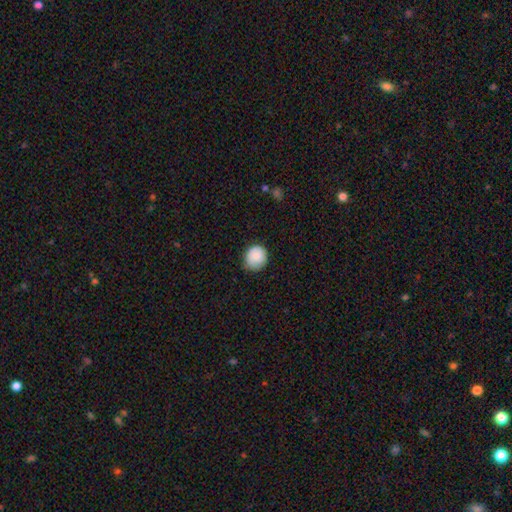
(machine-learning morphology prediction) Smooth or featured: smooth — 87% (star or artifact — 8%)
How rounded: round — 84% (in between — 15%)
Merging: none — 76% (minor disturbance — 20%)